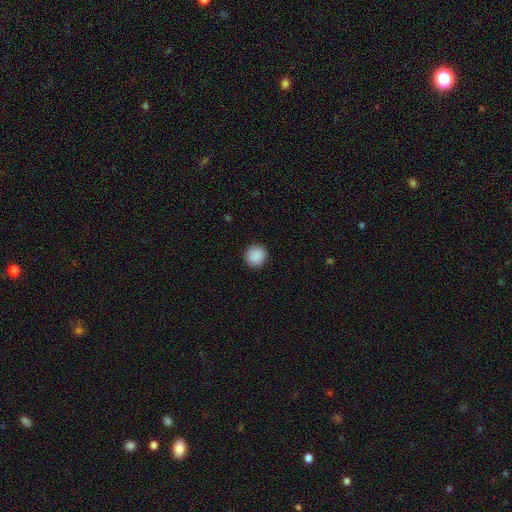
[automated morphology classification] Overall: smooth (90%). How rounded: round (92%). Merging: none (92%).